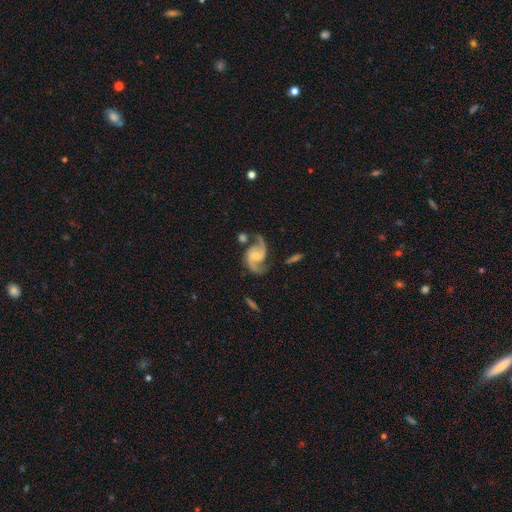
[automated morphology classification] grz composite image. It shows a featured or disk galaxy (90%) with a weak bar (49%), 2 (92%) medium (45%, tied with loose) spiral arms (97%) and a small central bulge (42%). Merging: none (60%).